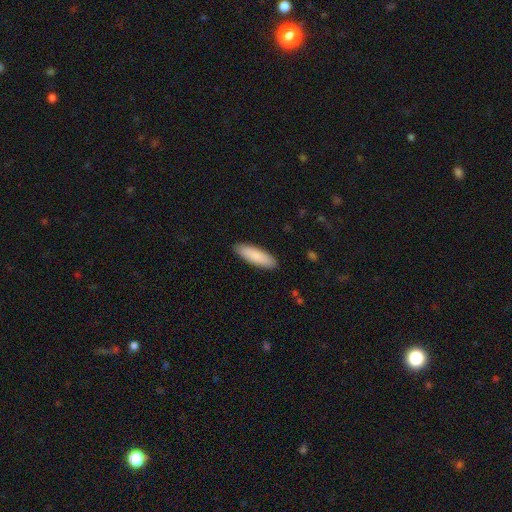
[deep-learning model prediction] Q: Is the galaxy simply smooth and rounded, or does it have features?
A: smooth — 88%.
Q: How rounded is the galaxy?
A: cigar-shaped — 53%.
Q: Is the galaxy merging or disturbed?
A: none — 90%.